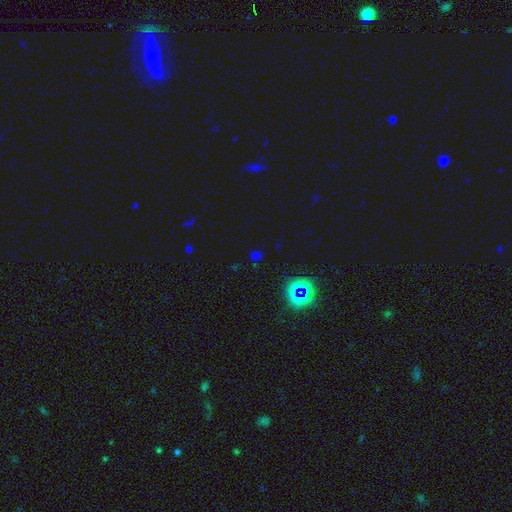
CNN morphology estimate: A star or artifact, not a galaxy (60%).